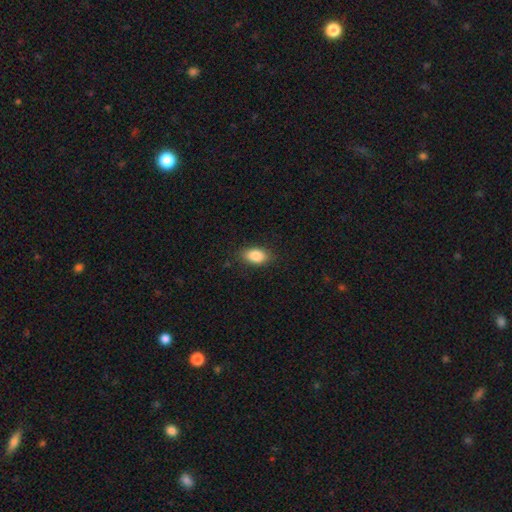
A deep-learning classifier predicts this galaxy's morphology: This is clearly a smooth galaxy (87%). How rounded: clearly in between (89%). Merging: clearly none (85%).